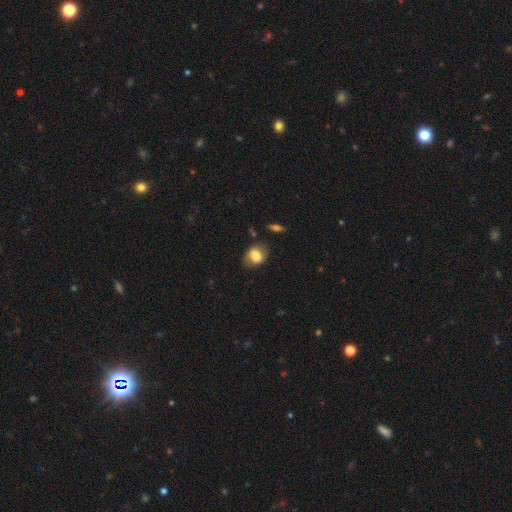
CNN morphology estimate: Q: Smooth or featured?
A: smooth (74%); runner-up: featured or disk (17%)
Q: How rounded?
A: in between (53%); runner-up: round (46%)
Q: Merging?
A: none (69%); runner-up: minor disturbance (21%)